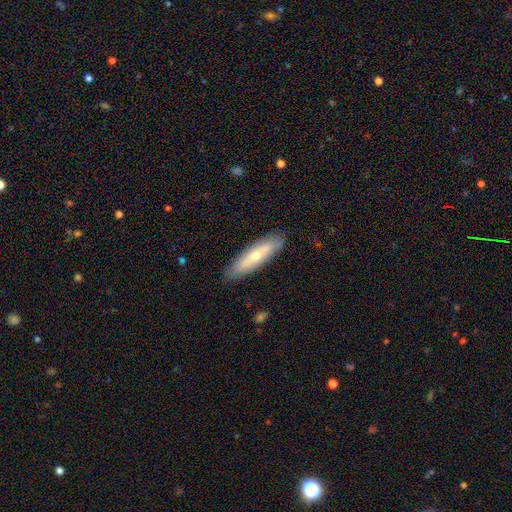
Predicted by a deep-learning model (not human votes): smooth-or-featured: smooth: 54% | featured or disk: 40% | star or artifact: 6%
  how-rounded: cigar-shaped: 69% | in between: 29% | round: 2%
  merging: none: 87% | minor disturbance: 10% | major disturbance: 2% | merger: 1%